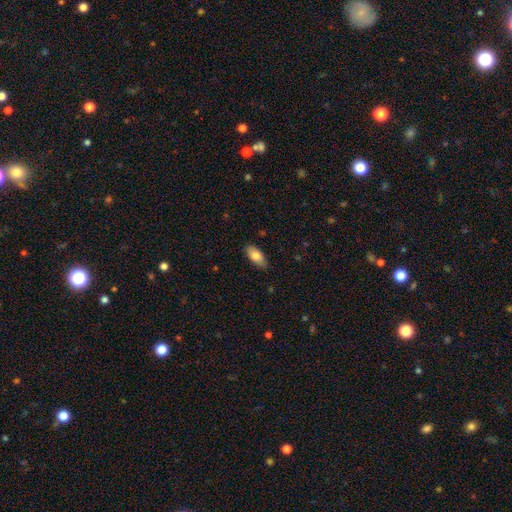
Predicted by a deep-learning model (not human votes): Smooth or featured?
  - smooth: 83% *
  - featured or disk: 11%
  - star or artifact: 7%
How rounded?
  - in between: 89% *
  - cigar-shaped: 9%
  - round: 2%
Merging?
  - none: 83% *
  - minor disturbance: 14%
  - major disturbance: 2%
  - merger: 1%